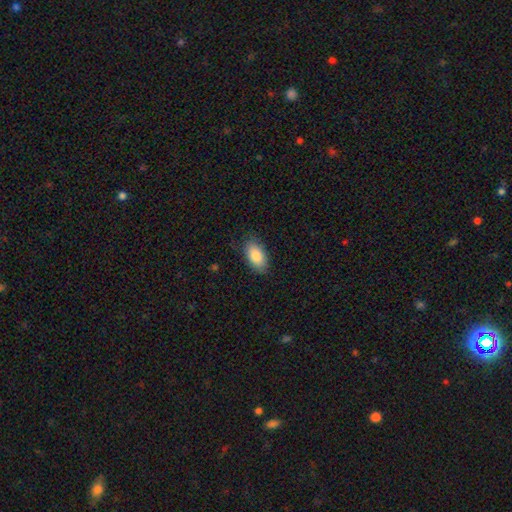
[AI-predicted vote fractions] Q: Smooth or featured?
A: smooth (87%); runner-up: star or artifact (7%)
Q: How rounded?
A: in between (93%); runner-up: cigar-shaped (3%)
Q: Merging?
A: none (83%); runner-up: minor disturbance (13%)